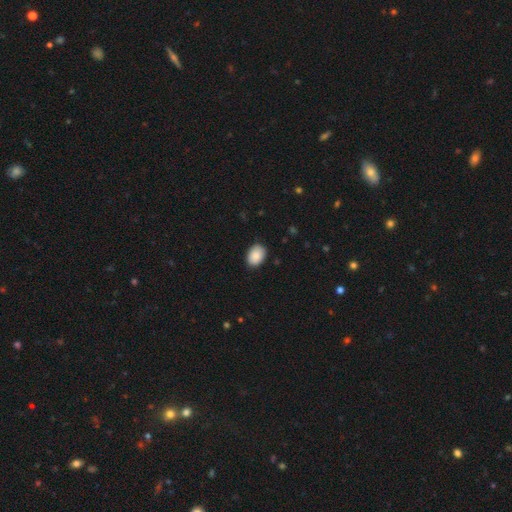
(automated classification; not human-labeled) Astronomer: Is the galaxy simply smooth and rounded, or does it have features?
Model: smooth — 89%.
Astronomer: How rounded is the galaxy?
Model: in between — 79%.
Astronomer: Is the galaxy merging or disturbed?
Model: none — 87%.